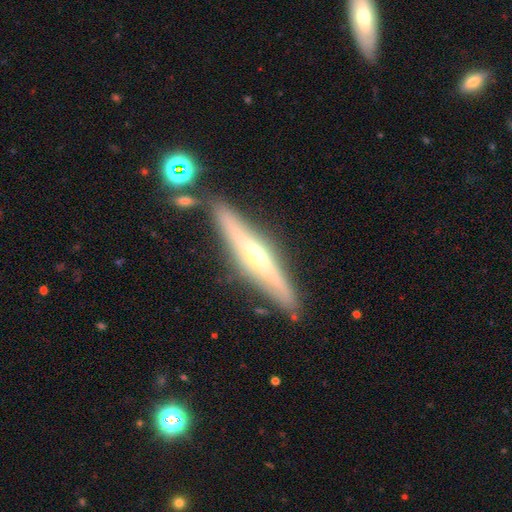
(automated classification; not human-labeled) featured or disk 70%, smooth 22%, star or artifact 7%. Down the decision tree: edge-on disk — yes (92%); edge-on bulge — rounded (83%); merging — none (82%).